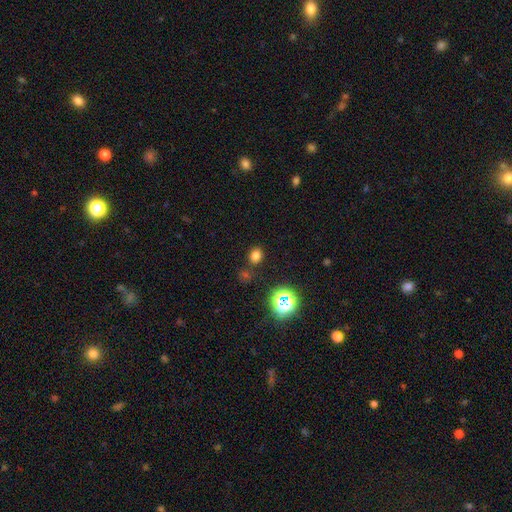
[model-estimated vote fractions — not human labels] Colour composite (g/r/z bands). It shows a smooth galaxy with no disk features (72%) that is round (58%). Merging: none (79%).